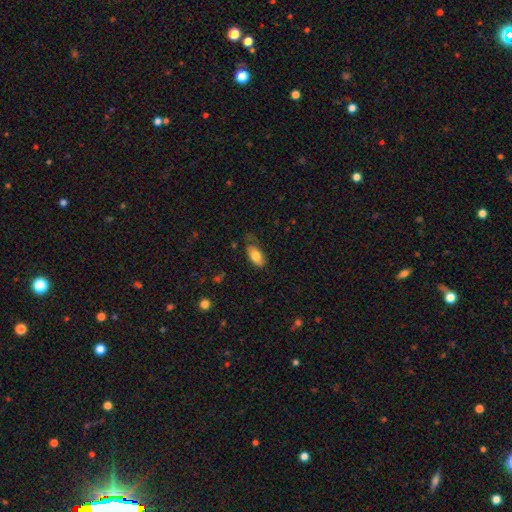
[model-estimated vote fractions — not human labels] Smooth or featured? smooth (78%)
How rounded? in between (91%)
Merging? none (60%)